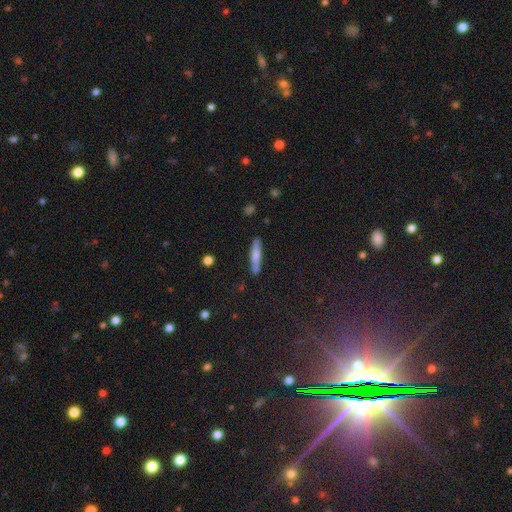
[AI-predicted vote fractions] A smooth galaxy with no disk features (65%) that is cigar-shaped (88%). Merging: none (83%).